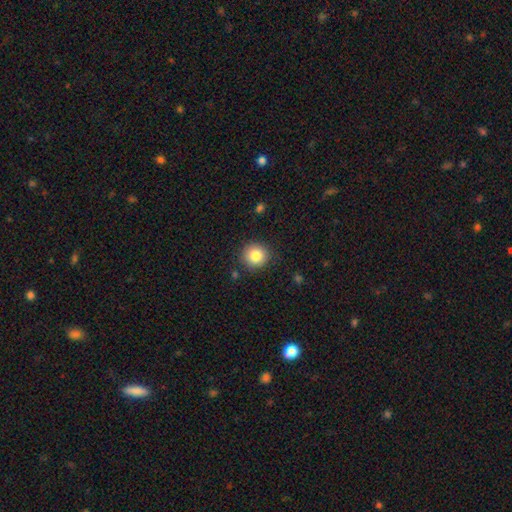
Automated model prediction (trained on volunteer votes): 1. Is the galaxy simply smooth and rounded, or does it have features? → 84% smooth, 10% star or artifact, 6% featured or disk.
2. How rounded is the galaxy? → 92% round, 7% in between, 1% cigar-shaped.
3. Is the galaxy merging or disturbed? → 88% none, 8% minor disturbance, 2% major disturbance, 1% merger.